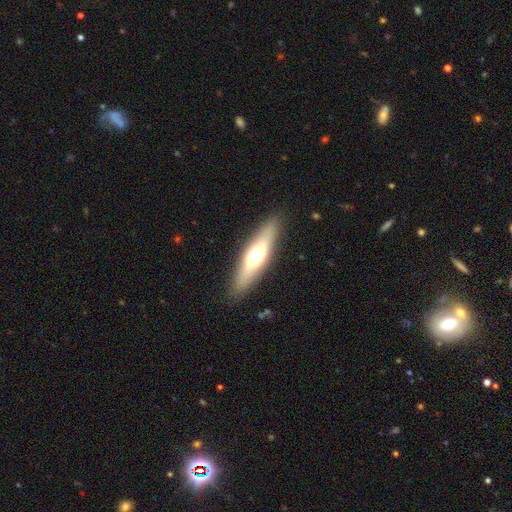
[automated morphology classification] Overall: smooth (53%; featured or disk 41%). How rounded: cigar-shaped (66%; in between 32%). Merging: none (88%).